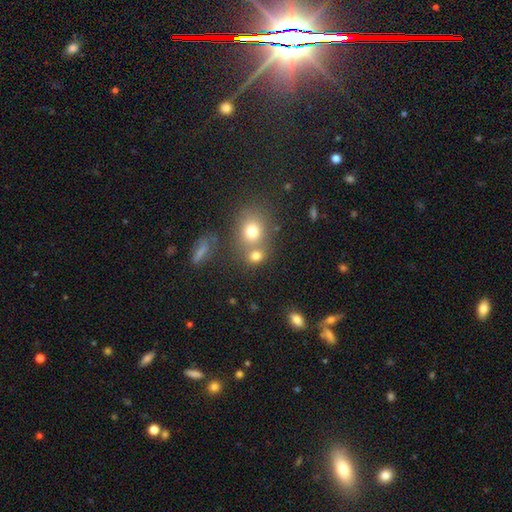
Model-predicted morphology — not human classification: smooth 74%, star or artifact 15%, featured or disk 10%. Down the decision tree: how rounded — round (67%); merging — none (50%).